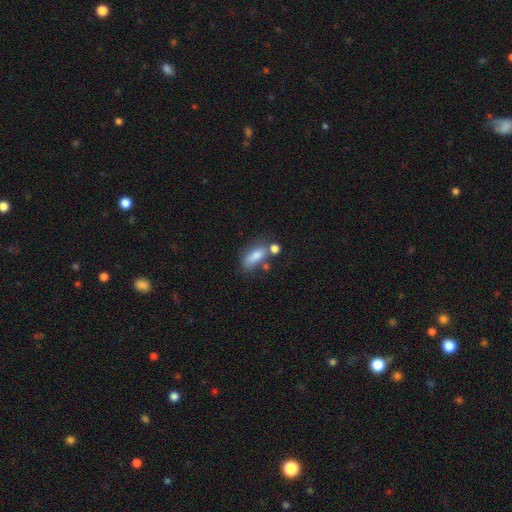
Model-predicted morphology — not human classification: smooth-or-featured: smooth: 76% | featured or disk: 15% | star or artifact: 9%
  how-rounded: in between: 73% | cigar-shaped: 22% | round: 6%
  merging: none: 41% | merger: 24% | minor disturbance: 21% | major disturbance: 13%